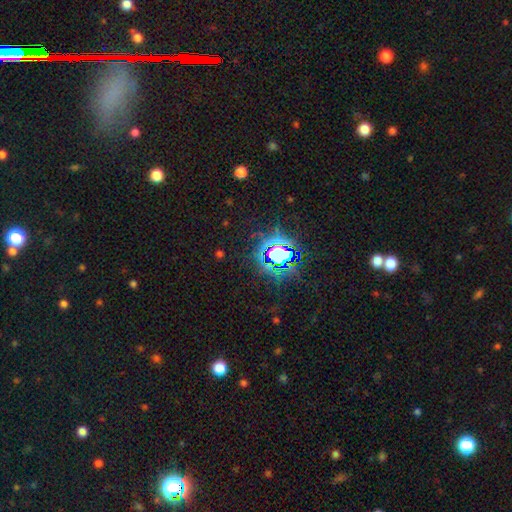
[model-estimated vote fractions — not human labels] Q: Smooth or featured?
A: star or artifact (82%); runner-up: smooth (11%)